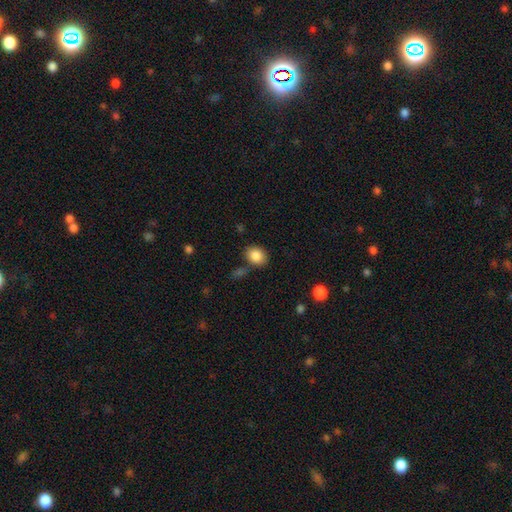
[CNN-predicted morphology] This is clearly a smooth galaxy (86%). How rounded: possibly in between (58%). Merging: likely none (75%).